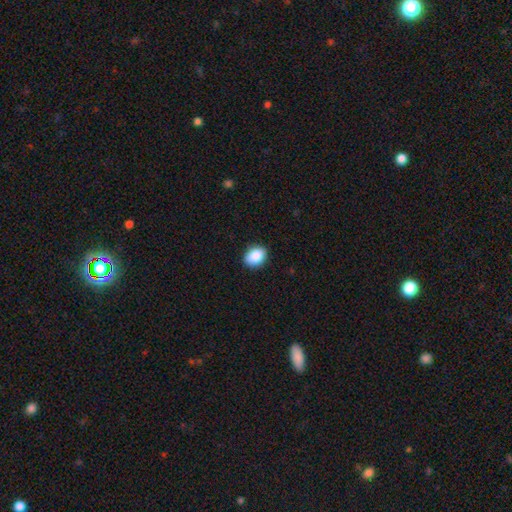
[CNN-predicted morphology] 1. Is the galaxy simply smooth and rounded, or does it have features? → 87% smooth, 8% star or artifact, 5% featured or disk.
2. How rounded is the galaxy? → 61% in between, 38% round, 1% cigar-shaped.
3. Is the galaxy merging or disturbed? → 88% none, 9% minor disturbance, 2% major disturbance, 1% merger.